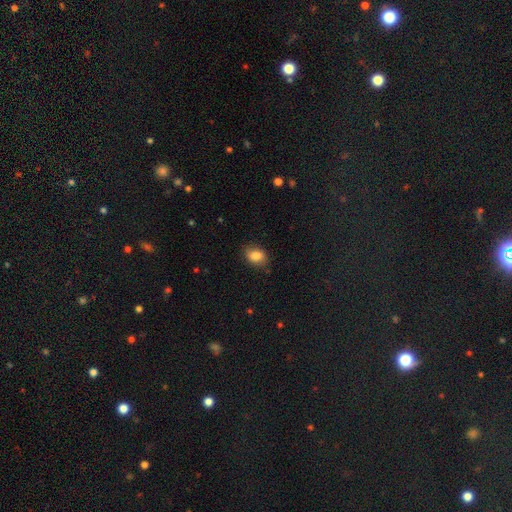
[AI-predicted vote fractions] Smooth or featured?
  - smooth: 84% *
  - star or artifact: 9%
  - featured or disk: 7%
How rounded?
  - in between: 72% *
  - round: 26%
  - cigar-shaped: 1%
Merging?
  - none: 81% *
  - minor disturbance: 15%
  - major disturbance: 3%
  - merger: 1%